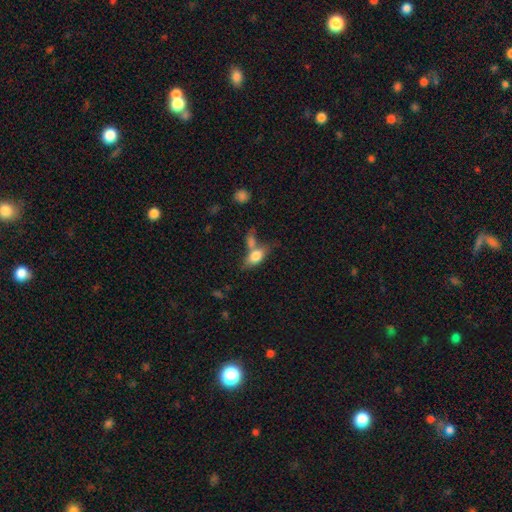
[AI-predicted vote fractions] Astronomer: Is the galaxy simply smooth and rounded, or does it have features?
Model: smooth — 75%.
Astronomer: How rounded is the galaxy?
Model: in between — 82%.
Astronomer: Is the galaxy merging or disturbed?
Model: merger — 42% (runner-up: none, 35%).